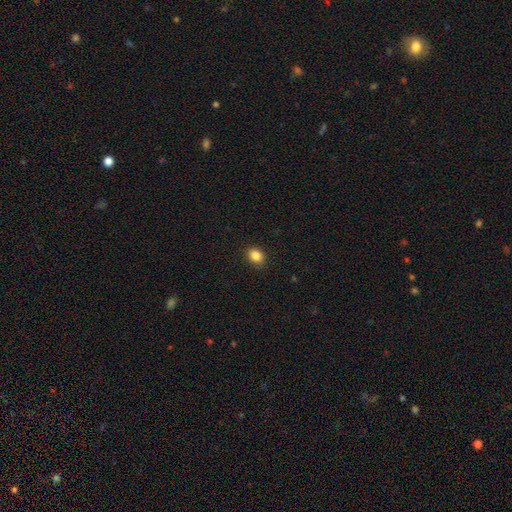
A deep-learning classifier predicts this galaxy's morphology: A smooth galaxy with no disk features (86%) that is in between round and cigar-shaped (62%).

Vote fractions:
- Smooth or featured? smooth: 86% / star or artifact: 10% / featured or disk: 5%
- How rounded? in between: 62% / round: 37% / cigar-shaped: 1%
- Merging? none: 88% / minor disturbance: 9% / major disturbance: 2% / merger: 1%